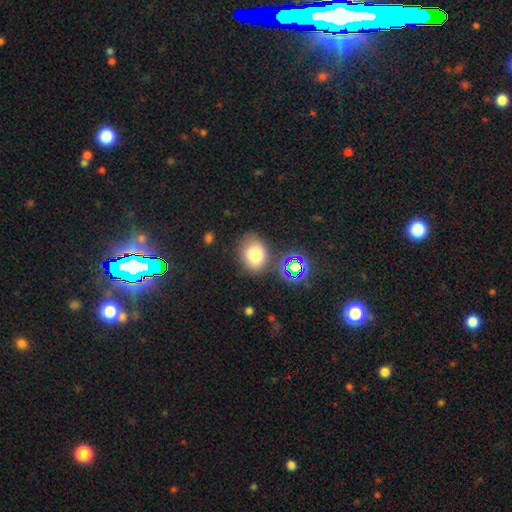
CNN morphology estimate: This appears to be a smooth galaxy with no disk features (75%) that is in between round and cigar-shaped (57%). Merging: none (71%).